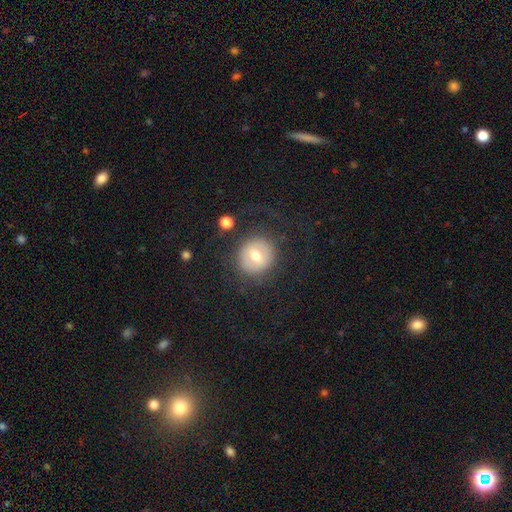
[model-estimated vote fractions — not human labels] A smooth galaxy with no disk features (56%) that is round (88%). Merging: none (77%).